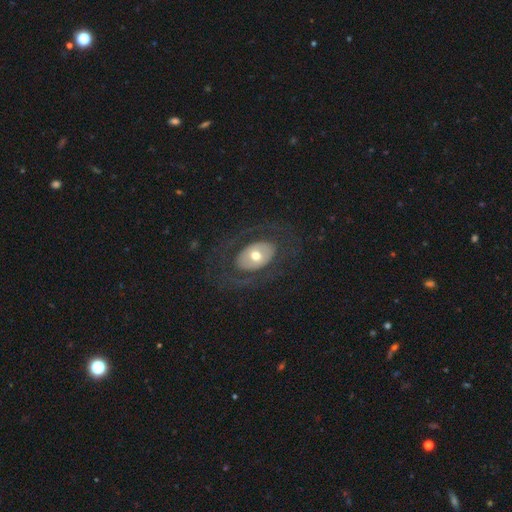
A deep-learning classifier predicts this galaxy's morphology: This appears to be a featured or disk galaxy (55%) with no bar (78%), no spiral arms (67%) and a moderate central bulge (71%). Merging: none (72%).